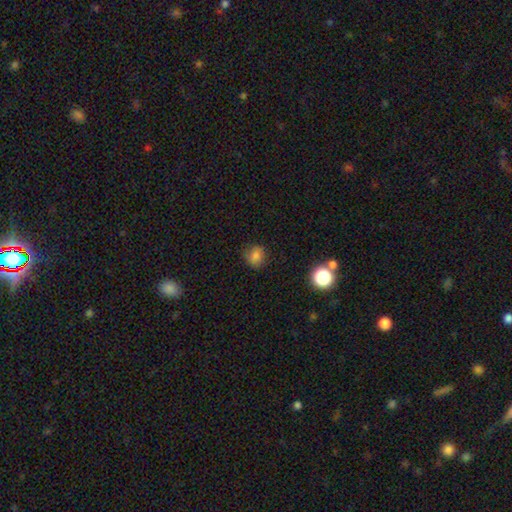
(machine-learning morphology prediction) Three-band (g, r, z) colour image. It shows a smooth galaxy with no disk features (81%) that is round (74%). Merging: none (79%).